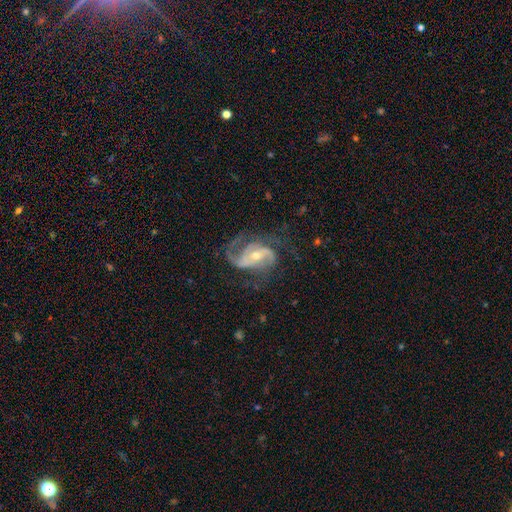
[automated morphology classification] Overall: featured or disk (90%). Edge-on disk: no (97%). Bar: no (39%; weak 38%). Spiral arms: yes (97%). Spiral arm count: 2 (54%; 3 26%). Spiral winding: medium (51%; loose 31%). Bulge size: small (50%; moderate 46%). Merging: none (60%).